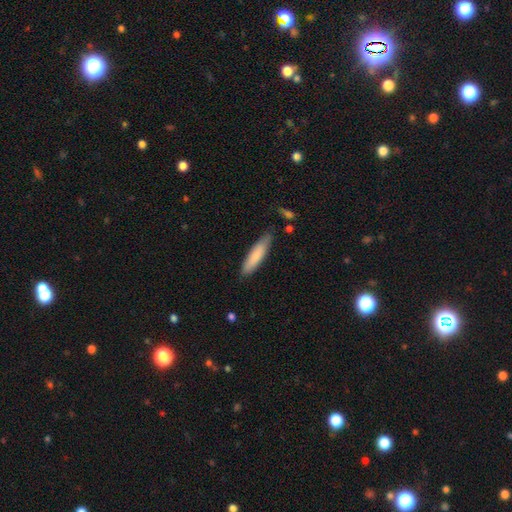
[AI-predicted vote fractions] A smooth galaxy with no disk features (81%) that is cigar-shaped (77%).

Vote fractions:
- Smooth or featured? smooth: 81% / featured or disk: 13% / star or artifact: 5%
- How rounded? cigar-shaped: 77% / in between: 22% / round: 1%
- Merging? none: 81% / minor disturbance: 15% / major disturbance: 3% / merger: 2%